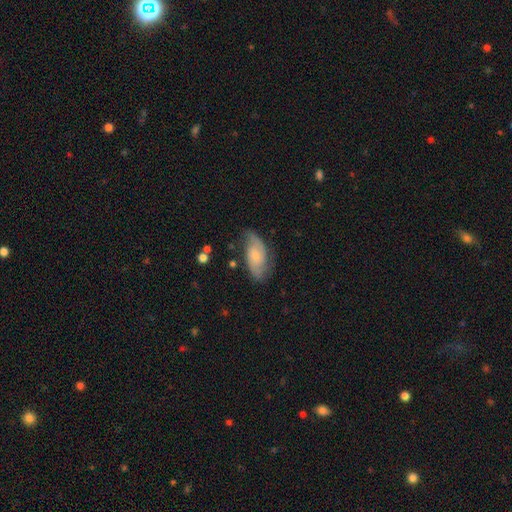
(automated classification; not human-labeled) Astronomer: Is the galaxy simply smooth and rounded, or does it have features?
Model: featured or disk — 62%.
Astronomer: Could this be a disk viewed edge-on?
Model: no — 94%.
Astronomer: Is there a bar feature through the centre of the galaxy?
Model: no — 66%.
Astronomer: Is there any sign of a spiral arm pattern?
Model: yes — 91%.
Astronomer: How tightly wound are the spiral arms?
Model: medium — 44% (runner-up: loose, 29%).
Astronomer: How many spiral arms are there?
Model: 2 — 81%.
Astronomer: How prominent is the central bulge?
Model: small — 58%.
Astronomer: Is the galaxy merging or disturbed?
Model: none — 67%.